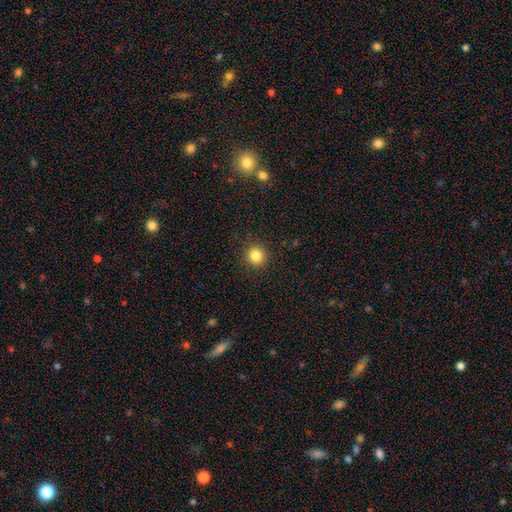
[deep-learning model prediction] Smooth or featured: smooth — 84% (star or artifact — 12%)
How rounded: round — 93% (in between — 6%)
Merging: none — 92% (minor disturbance — 5%)